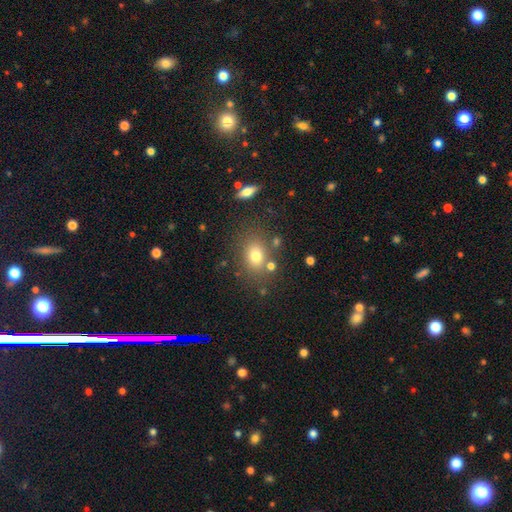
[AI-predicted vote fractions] This appears to be a smooth galaxy with no disk features (74%) that is in between round and cigar-shaped (61%). Merging: none (75%).